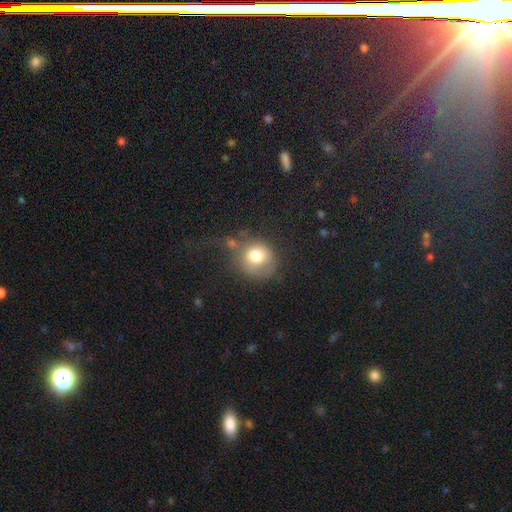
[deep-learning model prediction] Morphology: type=smooth (73%); roundness=round (83%); merging=none (42%).